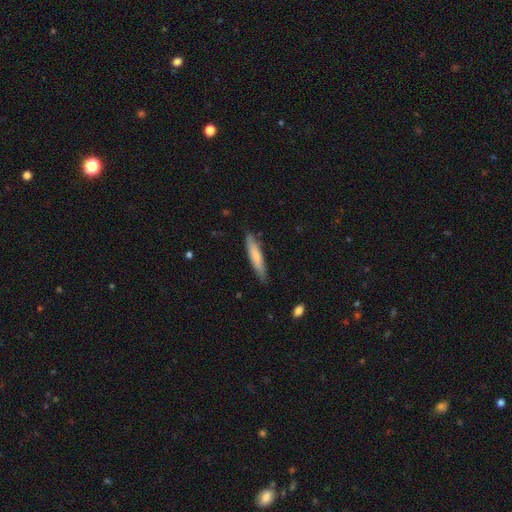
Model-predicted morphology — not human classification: Smooth or featured? smooth (71%)
How rounded? cigar-shaped (87%)
Merging? none (83%)